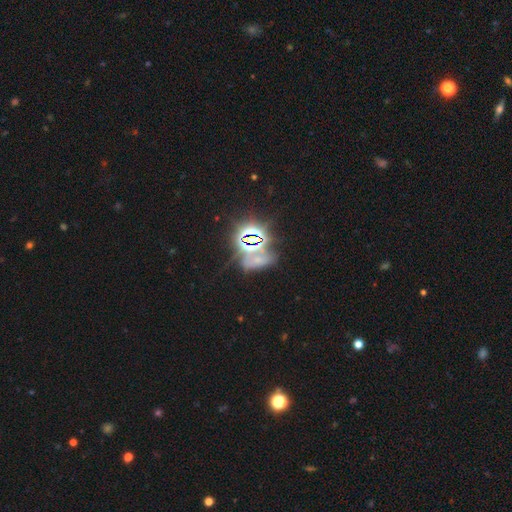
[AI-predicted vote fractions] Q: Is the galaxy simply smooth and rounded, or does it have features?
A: star or artifact — 68%.